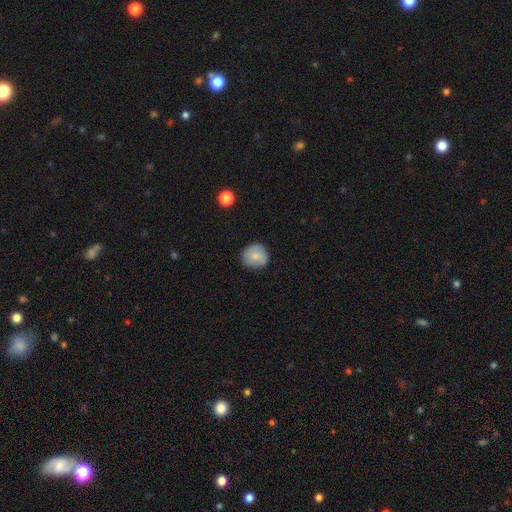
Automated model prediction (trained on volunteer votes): Smooth or featured? Predicted: smooth (p=0.77). How rounded? Predicted: round (p=0.86). Merging? Predicted: none (p=0.80).